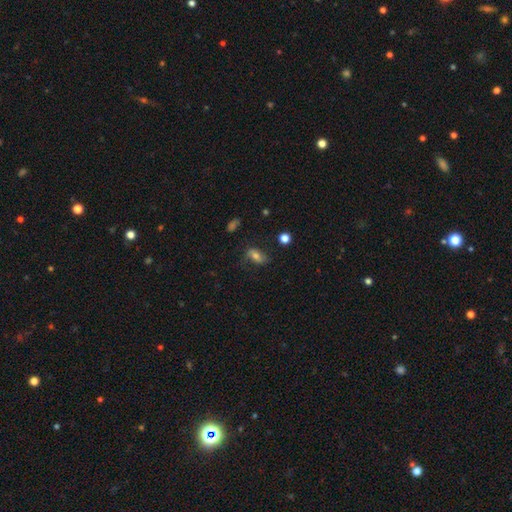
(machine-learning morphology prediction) A smooth galaxy with no disk features (53%) that is in between round and cigar-shaped (83%). Merging: none (60%).